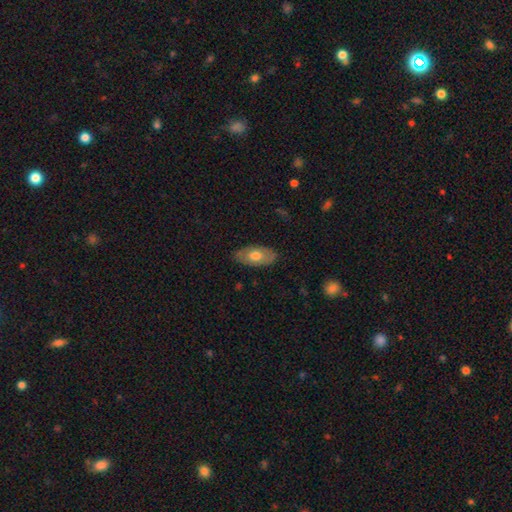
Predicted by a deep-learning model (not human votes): A smooth galaxy with no disk features (65%) that is in between round and cigar-shaped (92%). Merging: none (84%).